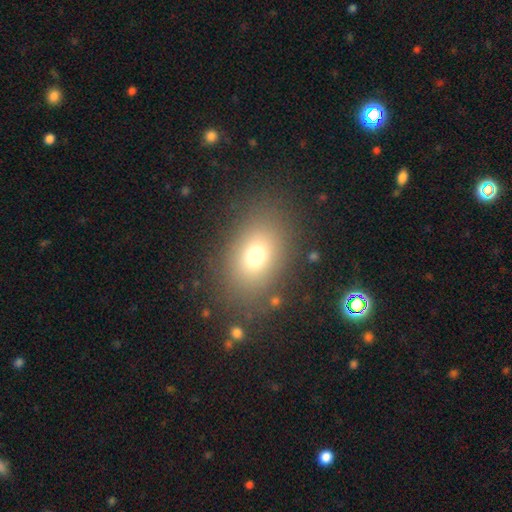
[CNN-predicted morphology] A smooth galaxy with no disk features (72%) that is in between round and cigar-shaped (70%). Merging: none (82%).